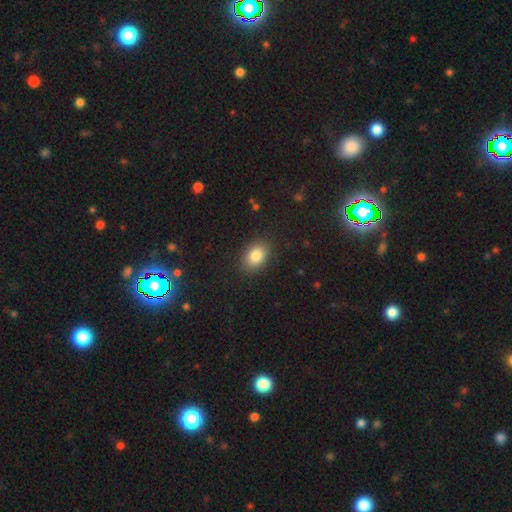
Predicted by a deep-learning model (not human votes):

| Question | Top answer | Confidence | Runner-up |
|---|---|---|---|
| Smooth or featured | smooth | 84% | star or artifact (9%) |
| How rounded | in between | 80% | round (19%) |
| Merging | none | 86% | minor disturbance (10%) |